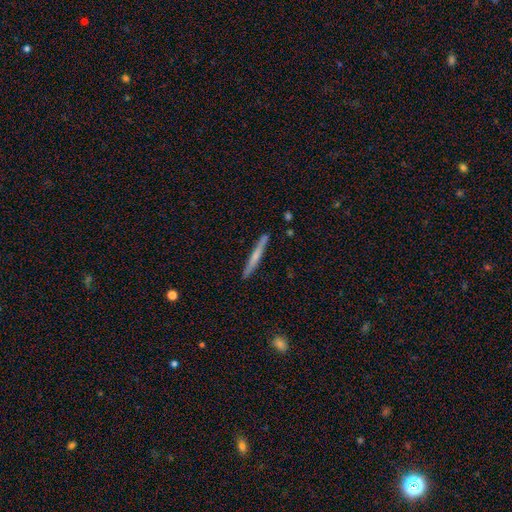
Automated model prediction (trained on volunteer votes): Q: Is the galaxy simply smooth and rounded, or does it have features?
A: smooth — 49%.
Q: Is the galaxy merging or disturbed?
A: none — 90%.